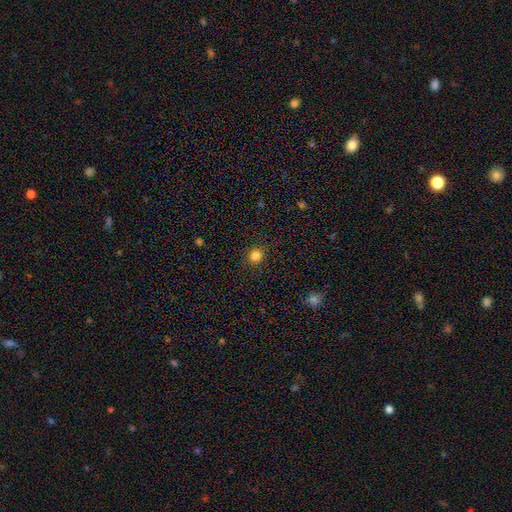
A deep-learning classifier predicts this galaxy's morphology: Overall: smooth (83%). How rounded: round (86%). Merging: none (90%).